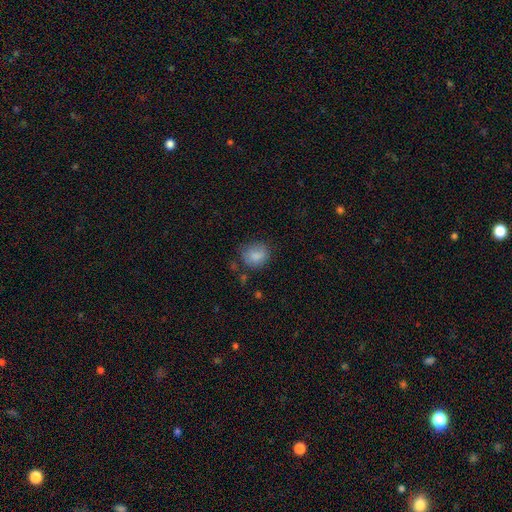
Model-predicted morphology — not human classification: Q: Smooth or featured?
A: smooth (83%); runner-up: star or artifact (9%)
Q: How rounded?
A: round (62%); runner-up: in between (37%)
Q: Merging?
A: none (65%); runner-up: minor disturbance (24%)